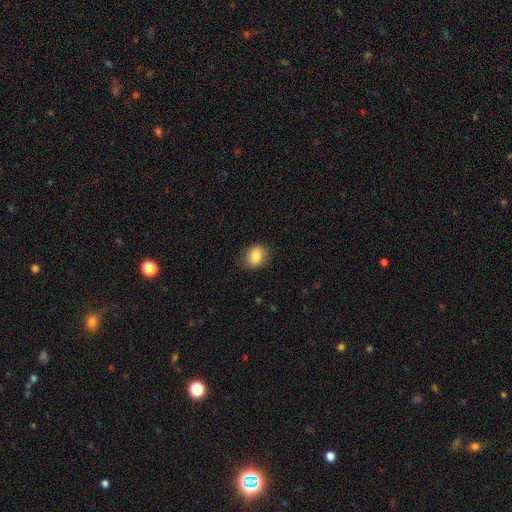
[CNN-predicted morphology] Smooth or featured?
  - smooth: 85% *
  - star or artifact: 8%
  - featured or disk: 7%
How rounded?
  - in between: 56% *
  - round: 43%
  - cigar-shaped: 1%
Merging?
  - none: 82% *
  - minor disturbance: 14%
  - major disturbance: 3%
  - merger: 1%